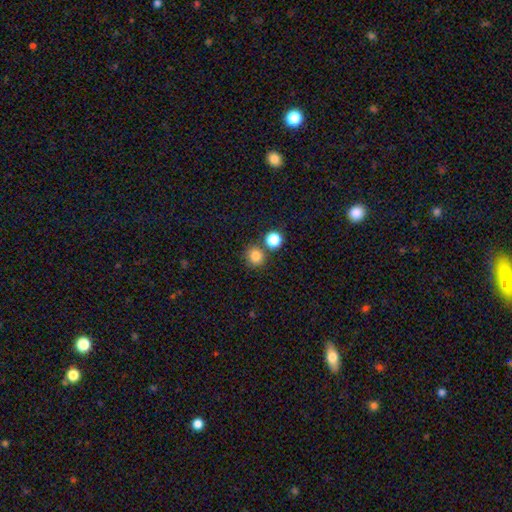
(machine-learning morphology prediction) Overall: smooth (82%). How rounded: round (91%). Merging: none (76%).